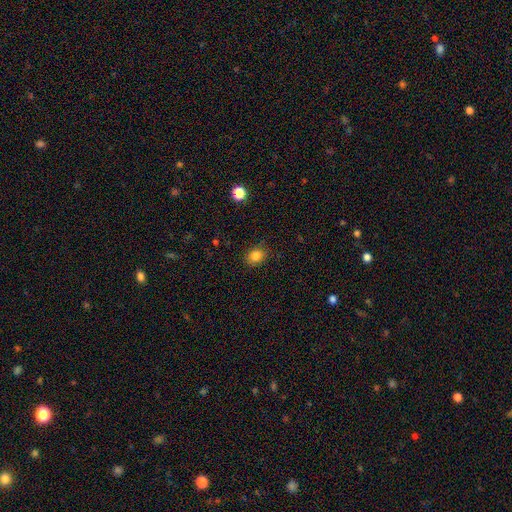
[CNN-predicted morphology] Smooth or featured? Predicted: smooth (p=0.83). How rounded? Predicted: round (p=0.56). Merging? Predicted: none (p=0.82).